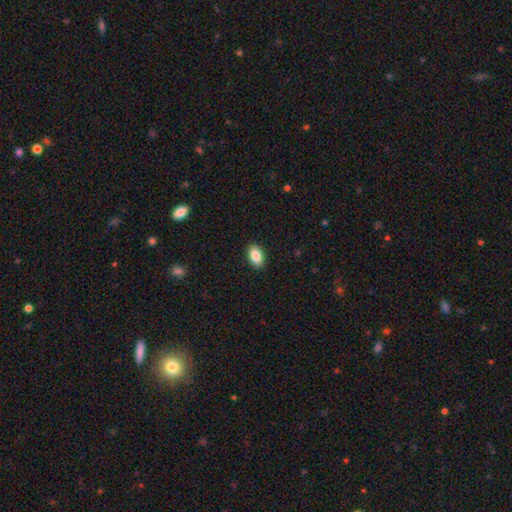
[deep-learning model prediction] Smooth or featured?
  - smooth: 87% *
  - star or artifact: 7%
  - featured or disk: 6%
How rounded?
  - in between: 92% *
  - round: 6%
  - cigar-shaped: 2%
Merging?
  - none: 90% *
  - minor disturbance: 7%
  - major disturbance: 2%
  - merger: 1%